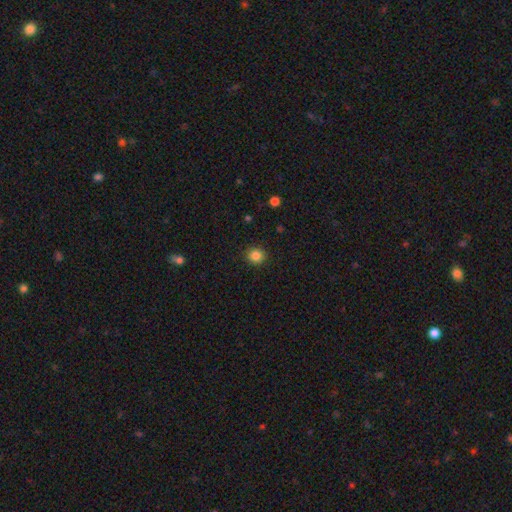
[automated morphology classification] Overall: smooth (85%). How rounded: round (90%). Merging: none (91%).